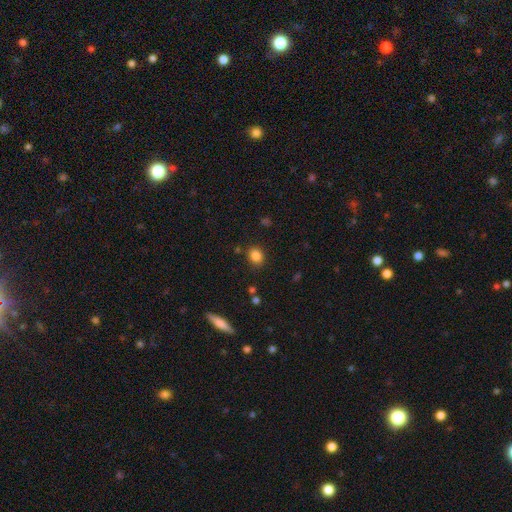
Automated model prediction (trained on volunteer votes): smooth-or-featured: smooth: 84% | star or artifact: 11% | featured or disk: 5%
  how-rounded: round: 60% | in between: 39% | cigar-shaped: 1%
  merging: none: 85% | minor disturbance: 9% | major disturbance: 3% | merger: 3%